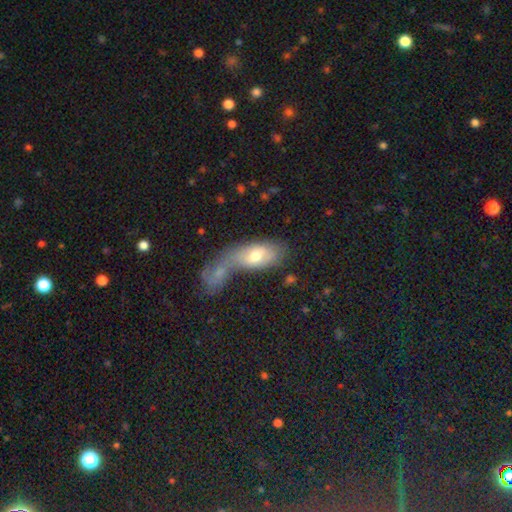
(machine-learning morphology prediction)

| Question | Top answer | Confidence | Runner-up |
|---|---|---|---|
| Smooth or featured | smooth | 66% | featured or disk (26%) |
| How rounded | in between | 88% | cigar-shaped (7%) |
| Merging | merger | 57% | none (25%) |